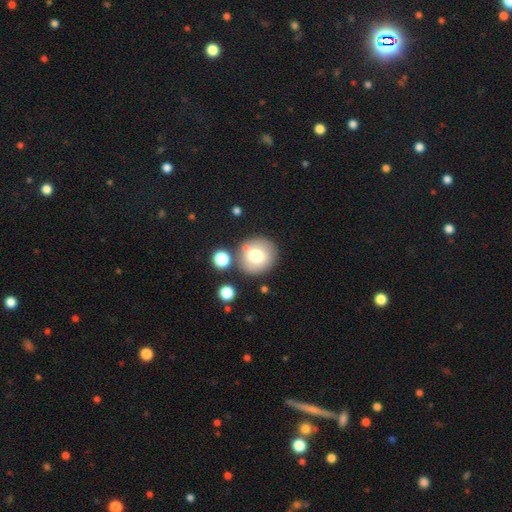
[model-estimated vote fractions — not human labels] smooth-or-featured: smooth: 72% | featured or disk: 18% | star or artifact: 11%
  how-rounded: round: 88% | in between: 11% | cigar-shaped: 1%
  merging: none: 79% | minor disturbance: 10% | merger: 8% | major disturbance: 3%